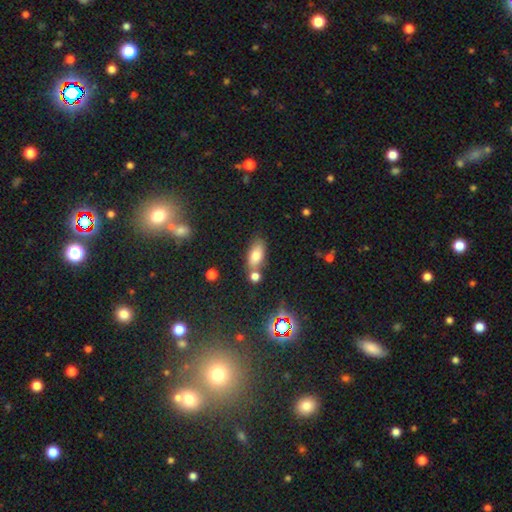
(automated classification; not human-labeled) smooth_or_featured: smooth (p=0.74) [alt: featured or disk p=0.13]
how_rounded: in between (p=0.85) [alt: cigar-shaped p=0.09]
merging: none (p=0.63) [alt: merger p=0.19]